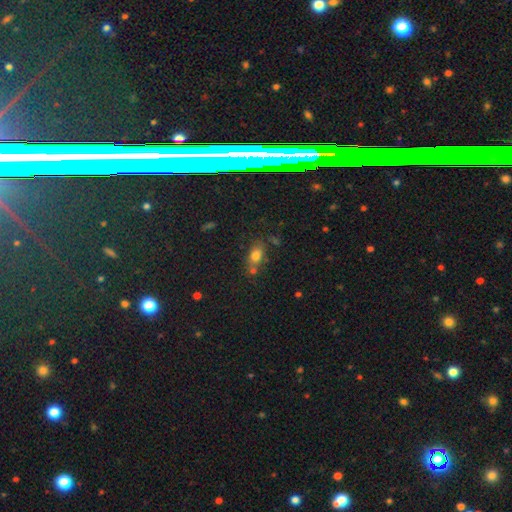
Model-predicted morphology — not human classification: Q: Smooth or featured?
A: smooth (72%); runner-up: star or artifact (15%)
Q: How rounded?
A: in between (74%); runner-up: round (20%)
Q: Merging?
A: none (59%); runner-up: merger (18%)